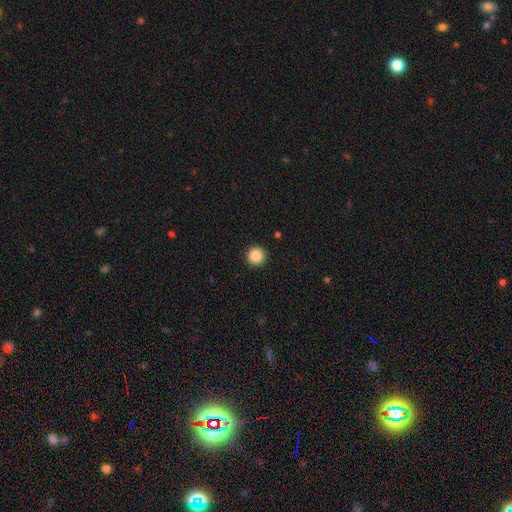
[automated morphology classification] Q: Smooth or featured?
A: smooth (87%); runner-up: star or artifact (10%)
Q: How rounded?
A: round (96%); runner-up: in between (3%)
Q: Merging?
A: none (93%); runner-up: minor disturbance (4%)